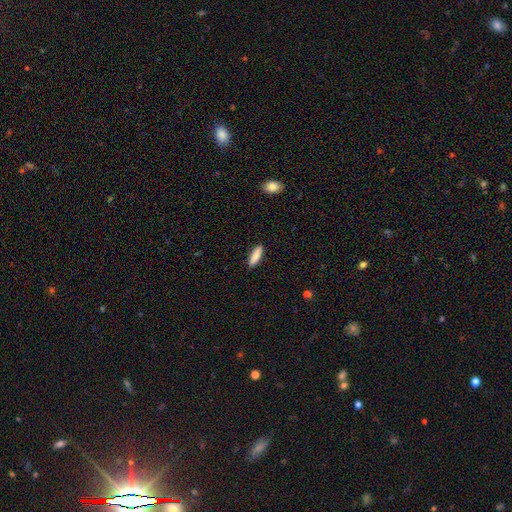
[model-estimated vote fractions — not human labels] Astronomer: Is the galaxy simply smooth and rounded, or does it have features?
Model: smooth — 87%.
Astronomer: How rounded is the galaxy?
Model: cigar-shaped — 59% (runner-up: in between, 40%).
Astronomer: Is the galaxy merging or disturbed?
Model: none — 90%.